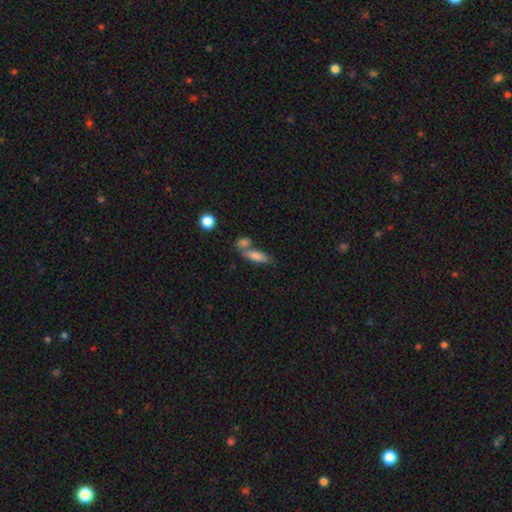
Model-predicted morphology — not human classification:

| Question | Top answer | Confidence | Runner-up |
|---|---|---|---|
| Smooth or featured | smooth | 77% | featured or disk (14%) |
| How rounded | in between | 62% | cigar-shaped (34%) |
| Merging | none | 44% | merger (40%) |